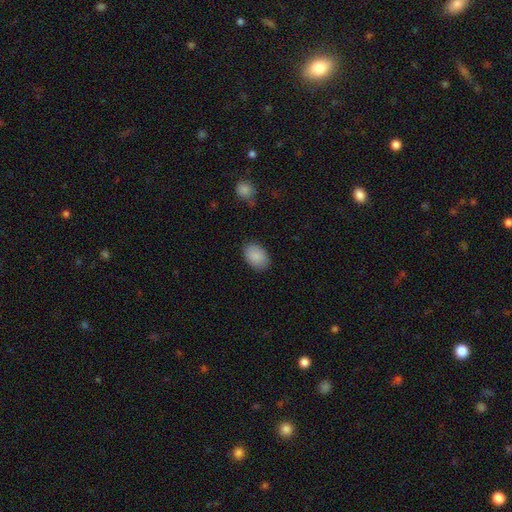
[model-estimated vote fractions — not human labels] Smooth or featured?
  - smooth: 89% *
  - star or artifact: 7%
  - featured or disk: 4%
How rounded?
  - in between: 85% *
  - round: 14%
  - cigar-shaped: 1%
Merging?
  - none: 85% *
  - minor disturbance: 11%
  - major disturbance: 3%
  - merger: 1%